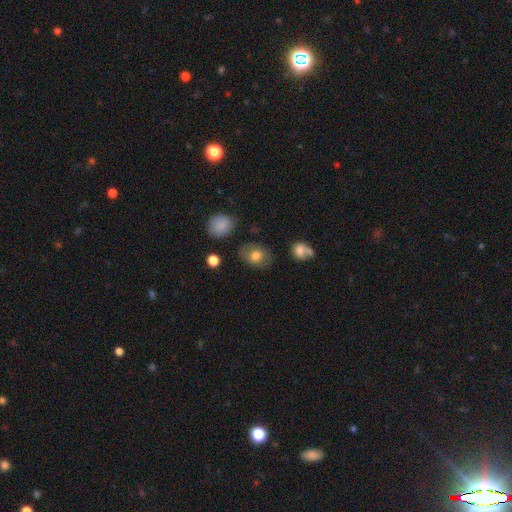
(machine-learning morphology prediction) Q: Smooth or featured?
A: smooth (73%); runner-up: featured or disk (18%)
Q: How rounded?
A: in between (54%); runner-up: round (45%)
Q: Merging?
A: none (78%); runner-up: minor disturbance (15%)